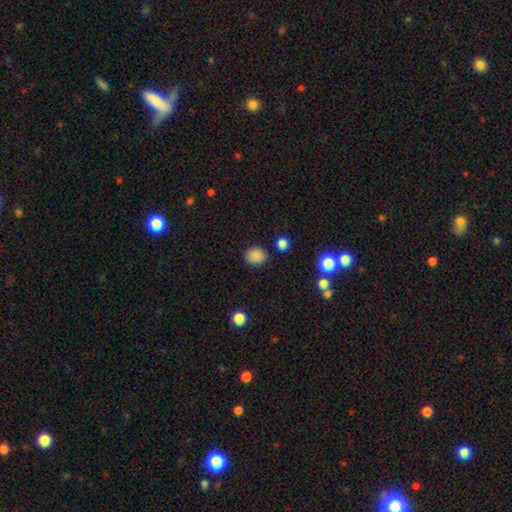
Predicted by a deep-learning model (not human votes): Q: Smooth or featured?
A: smooth (86%); runner-up: star or artifact (11%)
Q: How rounded?
A: round (79%); runner-up: in between (20%)
Q: Merging?
A: none (87%); runner-up: minor disturbance (8%)